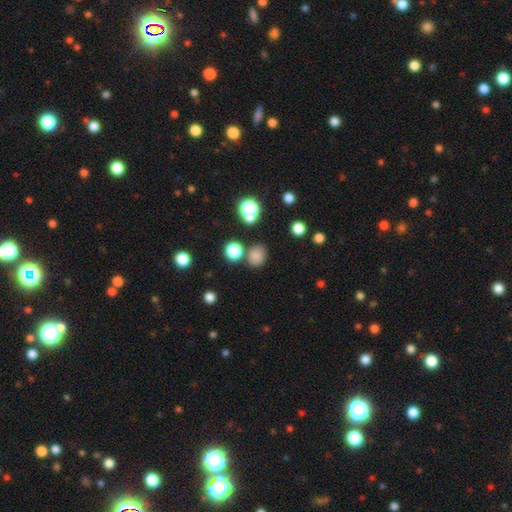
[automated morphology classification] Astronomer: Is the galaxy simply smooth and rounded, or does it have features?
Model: smooth — 76%.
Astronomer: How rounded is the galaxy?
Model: round — 59% (runner-up: in between, 40%).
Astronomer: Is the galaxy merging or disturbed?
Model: none — 75%.